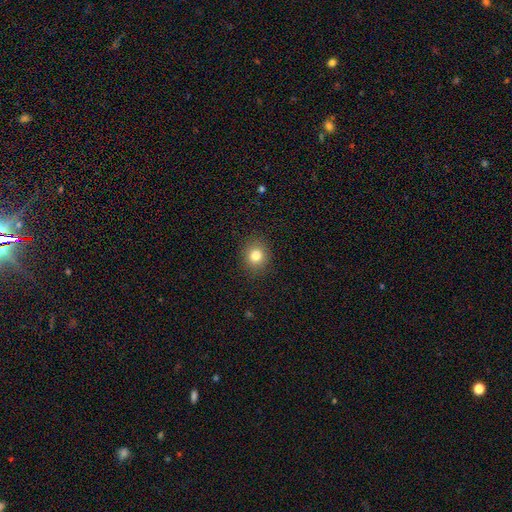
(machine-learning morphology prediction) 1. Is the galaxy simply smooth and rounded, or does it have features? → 81% smooth, 12% star or artifact, 7% featured or disk.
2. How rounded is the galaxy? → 77% round, 22% in between, 1% cigar-shaped.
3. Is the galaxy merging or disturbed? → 89% none, 7% minor disturbance, 2% major disturbance, 1% merger.